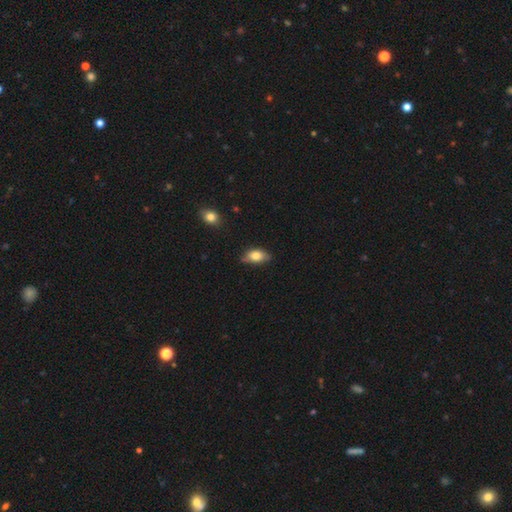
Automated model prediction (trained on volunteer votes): smooth 78%, featured or disk 14%, star or artifact 7%. Down the decision tree: how rounded — in between (90%); merging — none (71%).